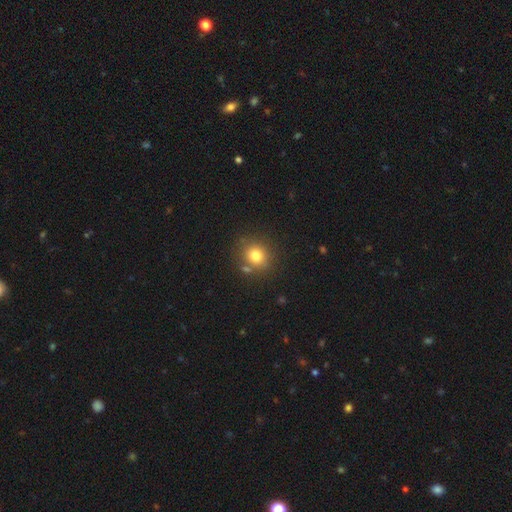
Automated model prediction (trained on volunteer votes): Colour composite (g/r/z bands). It shows a smooth galaxy with no disk features (79%) that is round (78%). Merging: none (75%).